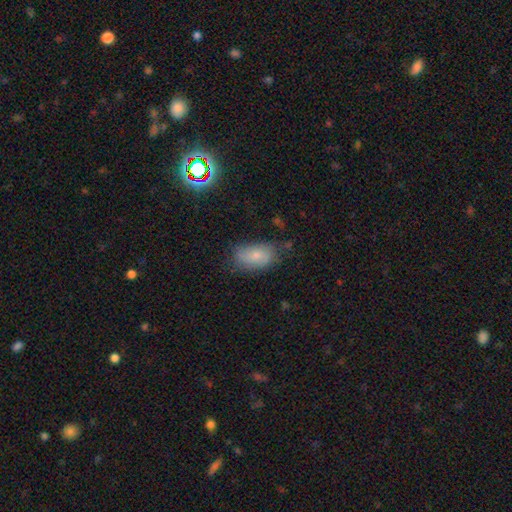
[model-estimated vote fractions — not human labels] Overall: smooth (73%). How rounded: in between (92%). Merging: none (65%; minor disturbance 25%).